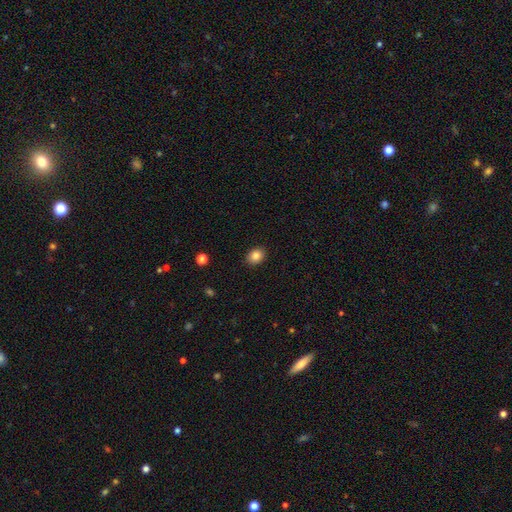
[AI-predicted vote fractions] A smooth galaxy with no disk features (84%) that is in between round and cigar-shaped (58%).

Vote fractions:
- Smooth or featured? smooth: 84% / star or artifact: 10% / featured or disk: 6%
- How rounded? in between: 58% / round: 41% / cigar-shaped: 1%
- Merging? none: 89% / minor disturbance: 8% / major disturbance: 2% / merger: 1%